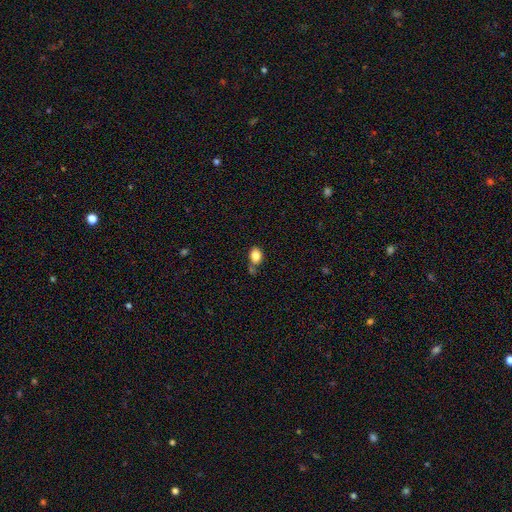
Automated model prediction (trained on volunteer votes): Smooth or featured: smooth — 84% (star or artifact — 9%)
How rounded: in between — 69% (round — 30%)
Merging: none — 54% (minor disturbance — 21%)